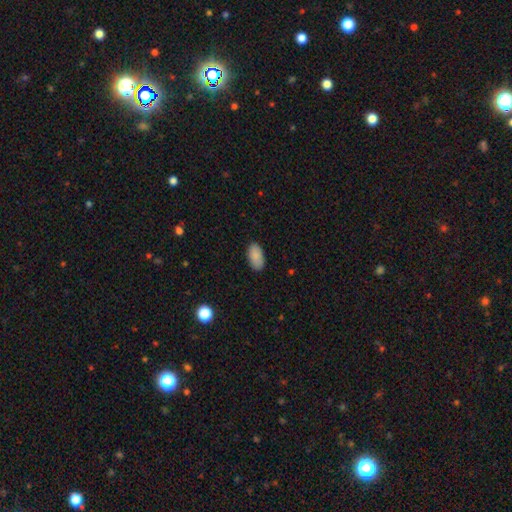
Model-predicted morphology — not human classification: Smooth or featured?
  - smooth: 88% *
  - star or artifact: 7%
  - featured or disk: 5%
How rounded?
  - in between: 95% *
  - round: 3%
  - cigar-shaped: 2%
Merging?
  - none: 88% *
  - minor disturbance: 9%
  - major disturbance: 2%
  - merger: 1%